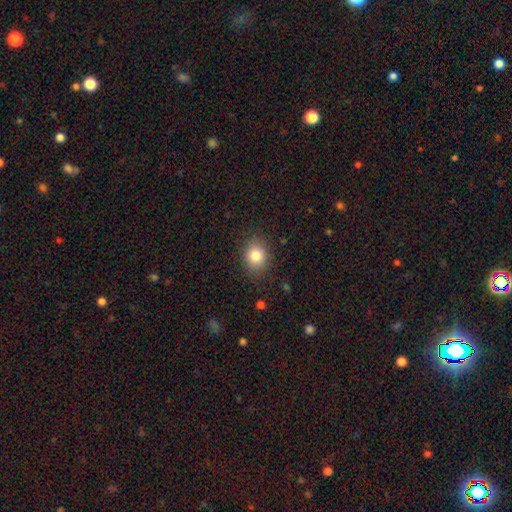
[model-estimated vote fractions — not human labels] A smooth galaxy with no disk features (82%) that is round (59%). Merging: none (86%).